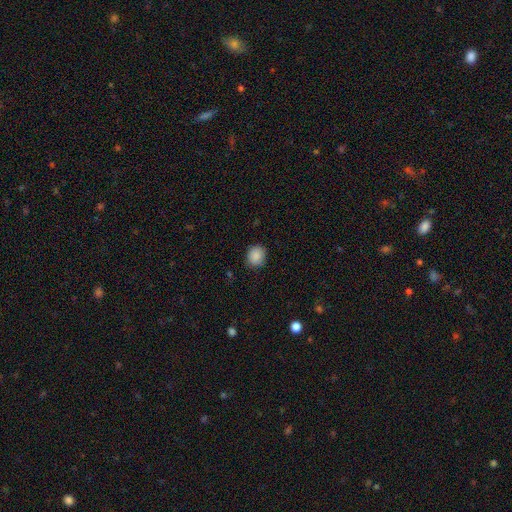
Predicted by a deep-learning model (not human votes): This is clearly a smooth galaxy (88%). How rounded: likely round (77%). Merging: clearly none (86%).